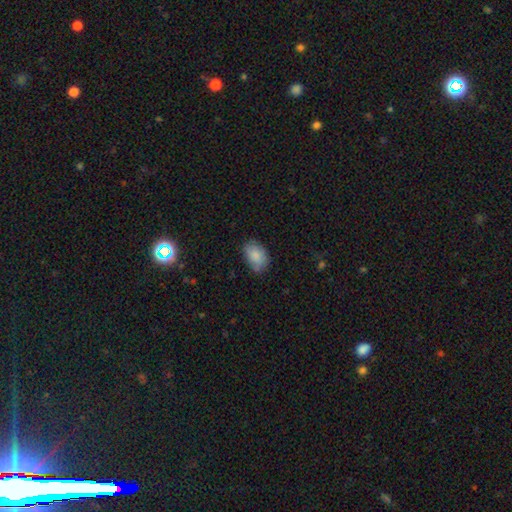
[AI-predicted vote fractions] smooth-or-featured: smooth: 85% | featured or disk: 8% | star or artifact: 7%
  how-rounded: in between: 87% | round: 11% | cigar-shaped: 1%
  merging: none: 70% | minor disturbance: 23% | major disturbance: 4% | merger: 3%